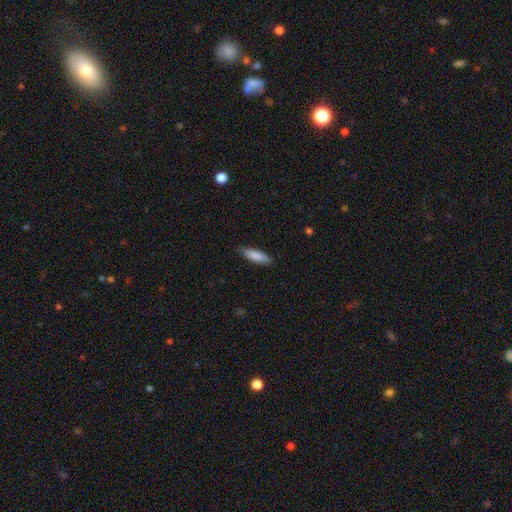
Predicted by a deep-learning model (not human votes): This appears to be a smooth galaxy with no disk features (85%) that is cigar-shaped (64%). Merging: none (85%).